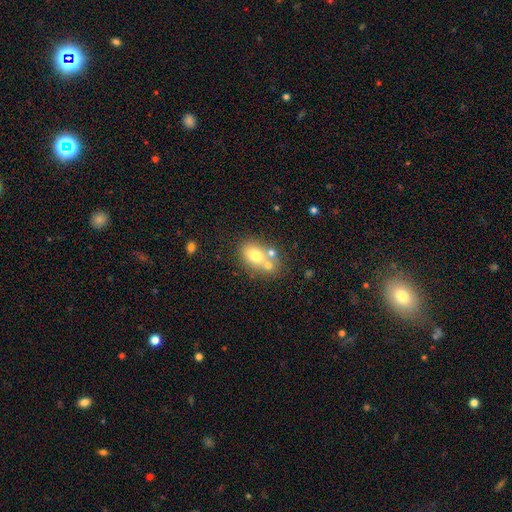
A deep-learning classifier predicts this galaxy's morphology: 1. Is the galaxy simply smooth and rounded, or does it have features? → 69% smooth, 20% featured or disk, 11% star or artifact.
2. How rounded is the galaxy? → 73% in between, 26% round, 1% cigar-shaped.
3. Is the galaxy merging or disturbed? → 50% none, 32% merger, 13% minor disturbance, 5% major disturbance.